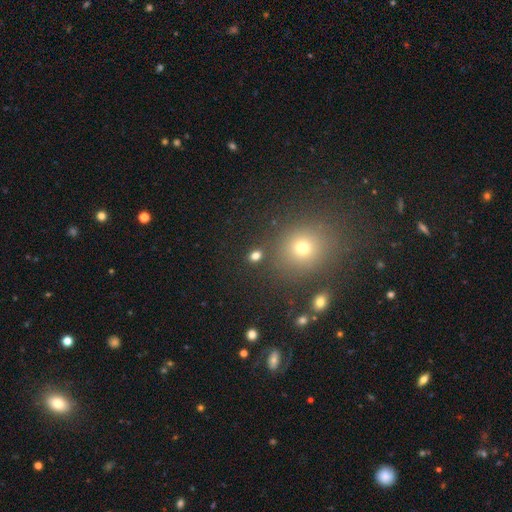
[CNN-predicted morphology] smooth-or-featured: smooth: 75% | star or artifact: 19% | featured or disk: 6%
  how-rounded: round: 57% | in between: 41% | cigar-shaped: 2%
  merging: none: 83% | minor disturbance: 8% | merger: 6% | major disturbance: 3%